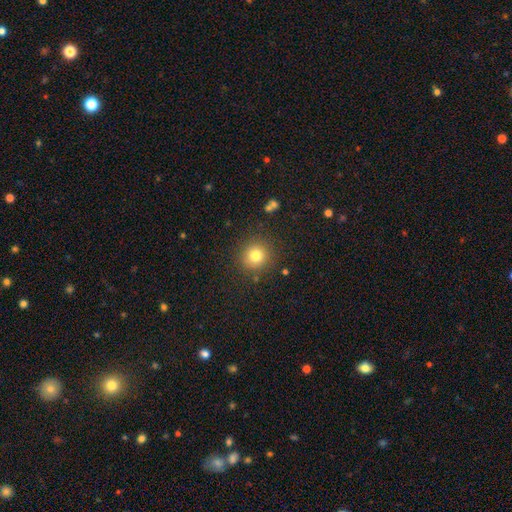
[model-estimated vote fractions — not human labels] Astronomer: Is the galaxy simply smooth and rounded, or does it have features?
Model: smooth — 79%.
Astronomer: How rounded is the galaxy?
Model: round — 91%.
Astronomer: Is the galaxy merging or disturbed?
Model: none — 87%.